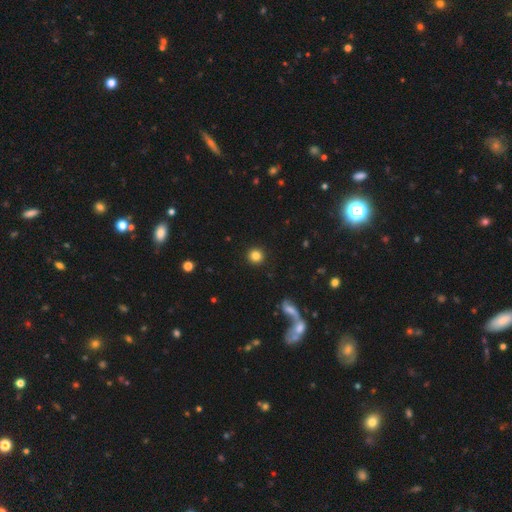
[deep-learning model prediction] Smooth or featured? smooth (84%)
How rounded? round (95%)
Merging? none (92%)